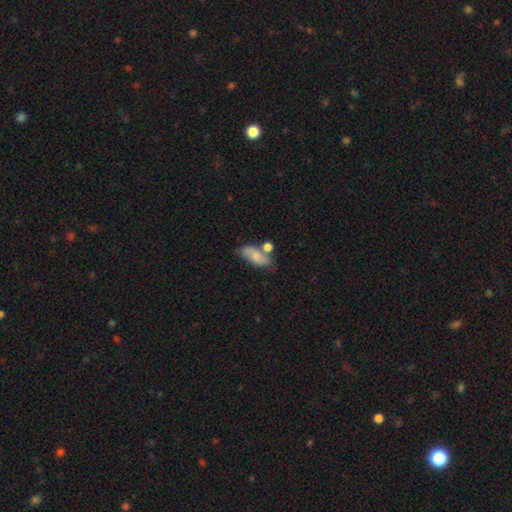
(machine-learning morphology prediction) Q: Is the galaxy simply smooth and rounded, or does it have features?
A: smooth — 61%.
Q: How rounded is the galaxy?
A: in between — 84%.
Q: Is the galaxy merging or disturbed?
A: none — 42%.